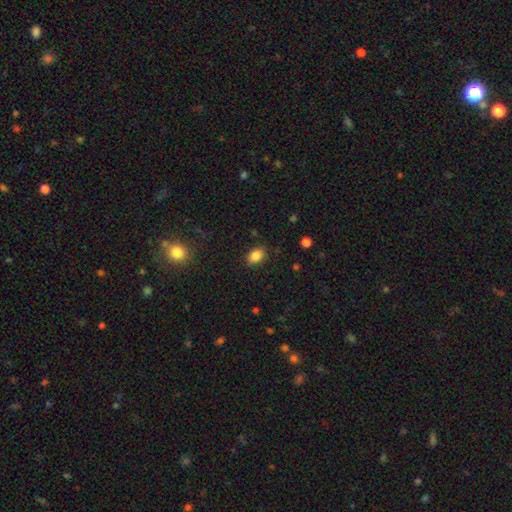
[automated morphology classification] Overall: smooth (85%). How rounded: in between (73%). Merging: none (85%).